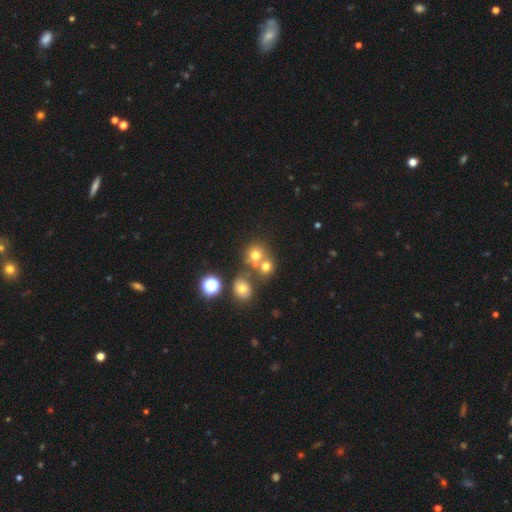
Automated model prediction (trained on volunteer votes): A smooth galaxy with no disk features (66%) that is round (83%).

Vote fractions:
- Smooth or featured? smooth: 66% / star or artifact: 21% / featured or disk: 13%
- How rounded? round: 83% / in between: 16% / cigar-shaped: 1%
- Merging? none: 50% / merger: 38% / minor disturbance: 8% / major disturbance: 4%